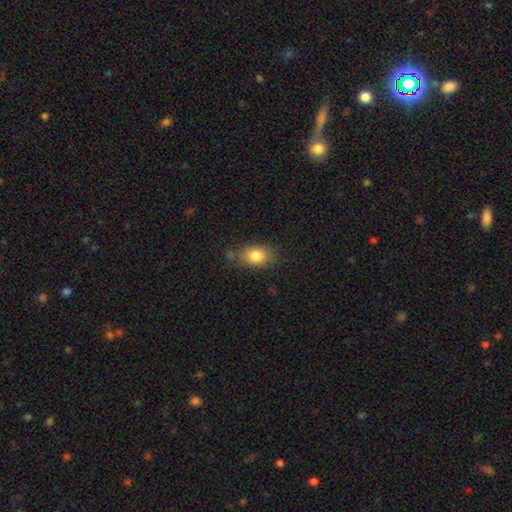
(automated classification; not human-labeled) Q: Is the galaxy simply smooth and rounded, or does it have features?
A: smooth — 82%.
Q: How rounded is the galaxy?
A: in between — 81%.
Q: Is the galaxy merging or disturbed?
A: none — 70%.